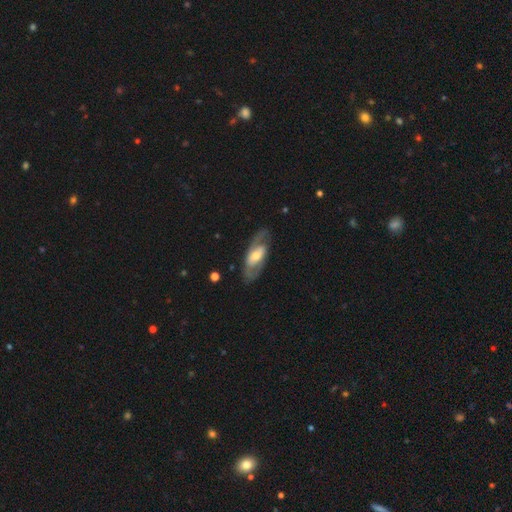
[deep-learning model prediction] A featured or disk galaxy (72%) with a weak bar (38%), spiral arms (72%) and a moderate central bulge (56%).

Vote fractions:
- Smooth or featured? featured or disk: 72% / smooth: 23% / star or artifact: 5%
- Edge-on disk? no: 88% / yes: 12%
- Bar? weak: 38% / no: 34% / strong: 28%
- Spiral arms? yes: 72% / no: 28%
- Bulge size? moderate: 56% / small: 28% / large: 12% / none: 2% / dominant: 1%
- Merging? none: 77% / minor disturbance: 14% / major disturbance: 8% / merger: 1%